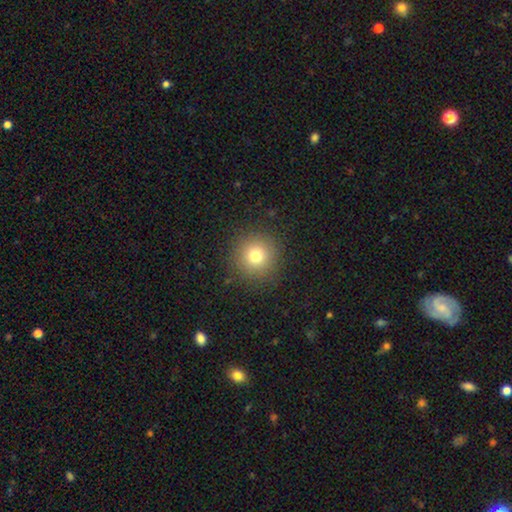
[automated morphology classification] This appears to be a smooth galaxy with no disk features (77%) that is round (95%). Merging: none (89%).